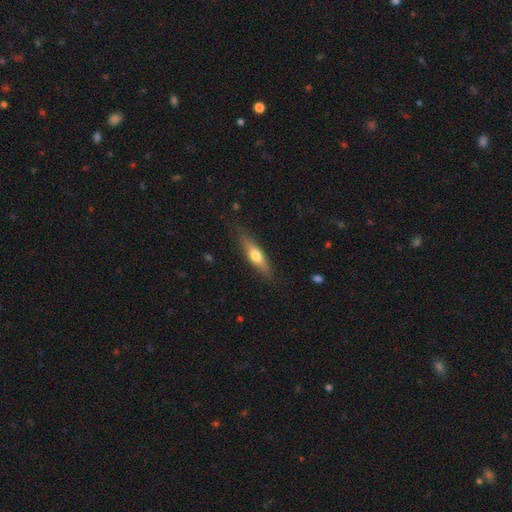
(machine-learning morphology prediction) Smooth or featured? smooth (59%)
How rounded? cigar-shaped (66%)
Merging? none (81%)